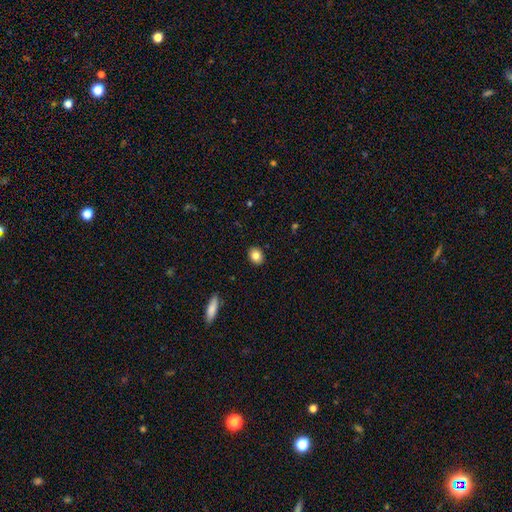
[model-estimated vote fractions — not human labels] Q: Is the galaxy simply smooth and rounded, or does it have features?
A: smooth — 83%.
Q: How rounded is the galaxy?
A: in between — 53%.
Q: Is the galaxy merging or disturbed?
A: none — 90%.